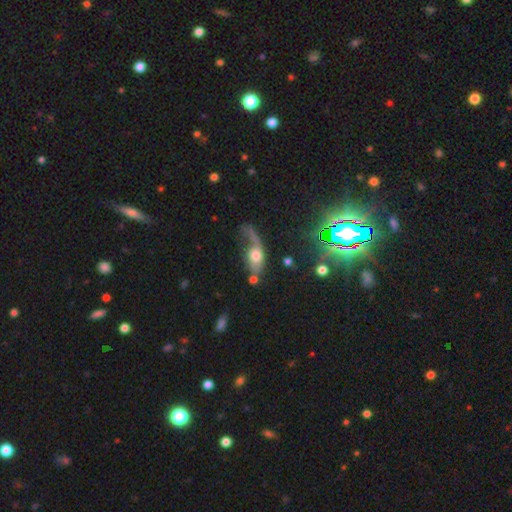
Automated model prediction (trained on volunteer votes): This appears to be a featured or disk galaxy (47%). Merging: major disturbance (44%).